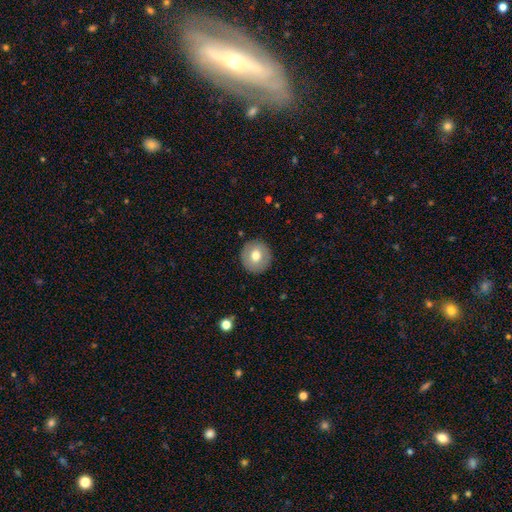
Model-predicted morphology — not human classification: A smooth galaxy with no disk features (69%) that is round (92%).

Vote fractions:
- Smooth or featured? smooth: 69% / featured or disk: 23% / star or artifact: 8%
- How rounded? round: 92% / in between: 7% / cigar-shaped: 1%
- Merging? none: 90% / minor disturbance: 7% / major disturbance: 2% / merger: 1%